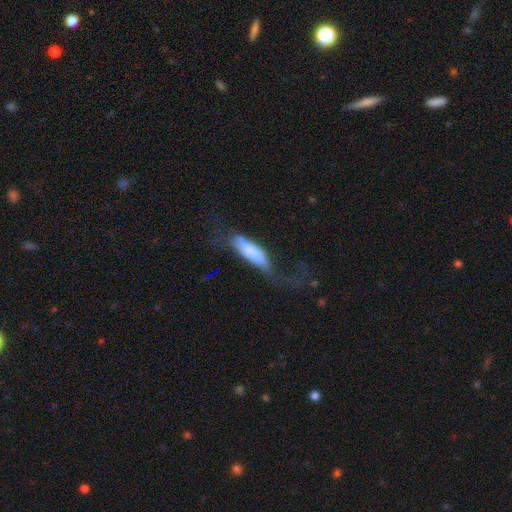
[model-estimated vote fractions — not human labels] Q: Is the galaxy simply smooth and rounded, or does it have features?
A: smooth — 64%.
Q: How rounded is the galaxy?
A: cigar-shaped — 62%.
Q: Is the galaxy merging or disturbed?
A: major disturbance — 37%.